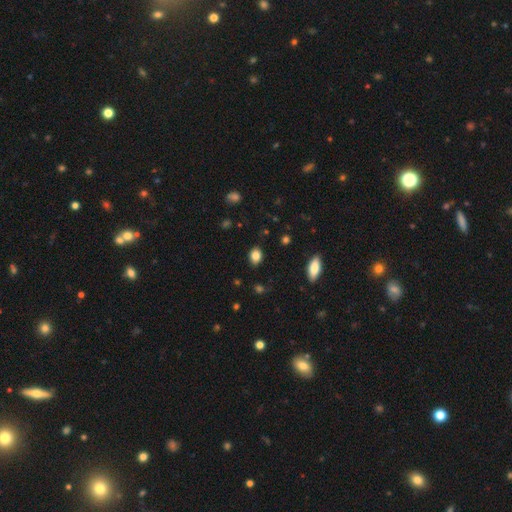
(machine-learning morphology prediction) Smooth or featured? Predicted: smooth (p=0.84). How rounded? Predicted: in between (p=0.66). Merging? Predicted: none (p=0.86).